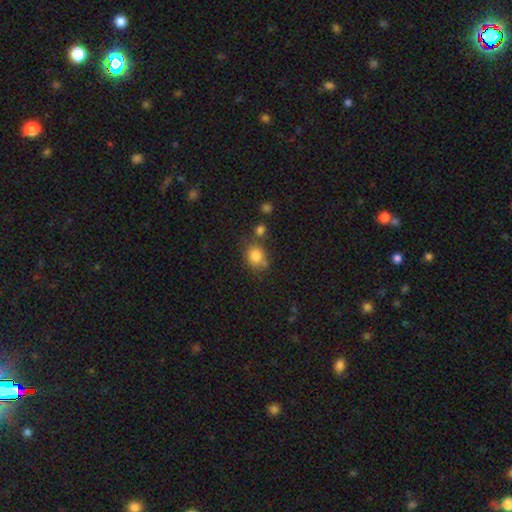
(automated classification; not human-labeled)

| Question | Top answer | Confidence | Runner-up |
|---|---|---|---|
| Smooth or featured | smooth | 83% | star or artifact (10%) |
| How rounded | round | 65% | in between (34%) |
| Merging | none | 61% | minor disturbance (17%) |